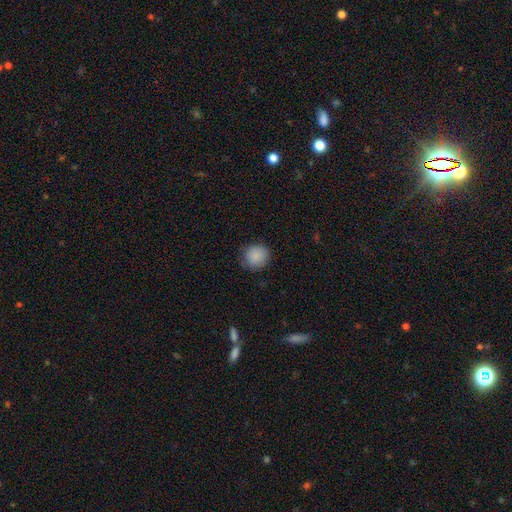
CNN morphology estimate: smooth_or_featured: smooth (p=0.88) [alt: star or artifact p=0.08]
how_rounded: round (p=0.89) [alt: in between p=0.10]
merging: none (p=0.83) [alt: minor disturbance p=0.13]